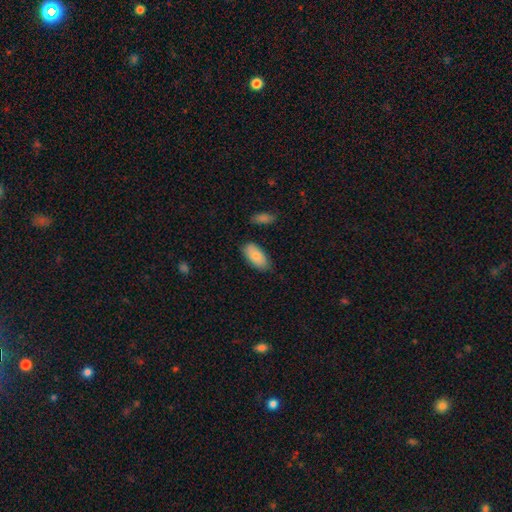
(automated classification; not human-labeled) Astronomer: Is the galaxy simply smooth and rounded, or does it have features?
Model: smooth — 84%.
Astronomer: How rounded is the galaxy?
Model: in between — 93%.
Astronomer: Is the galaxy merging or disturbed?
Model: none — 78%.